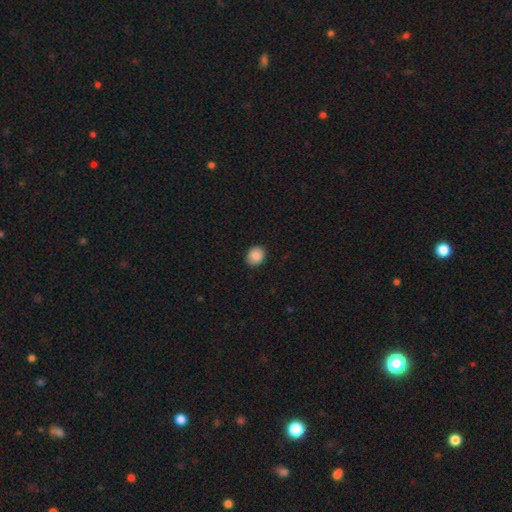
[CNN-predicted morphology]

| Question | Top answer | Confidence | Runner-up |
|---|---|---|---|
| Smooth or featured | smooth | 88% | star or artifact (8%) |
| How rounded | round | 57% | in between (42%) |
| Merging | none | 89% | minor disturbance (8%) |